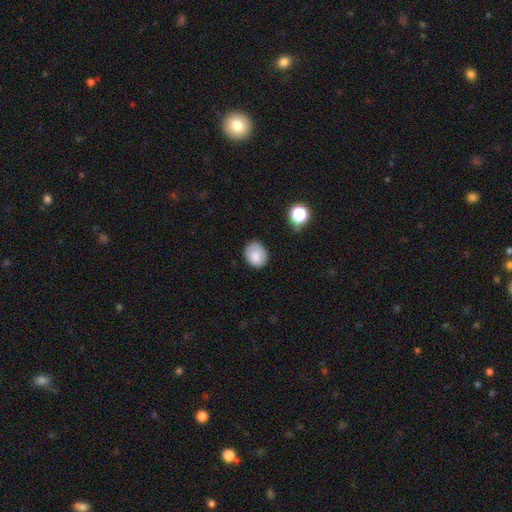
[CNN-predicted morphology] A smooth galaxy with no disk features (82%) that is round (50%). Merging: none (75%).